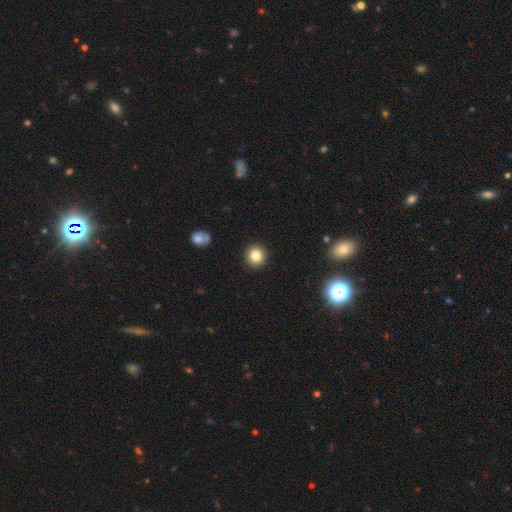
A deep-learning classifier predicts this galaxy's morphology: type=smooth (82%); roundness=round (91%); merging=none (92%).